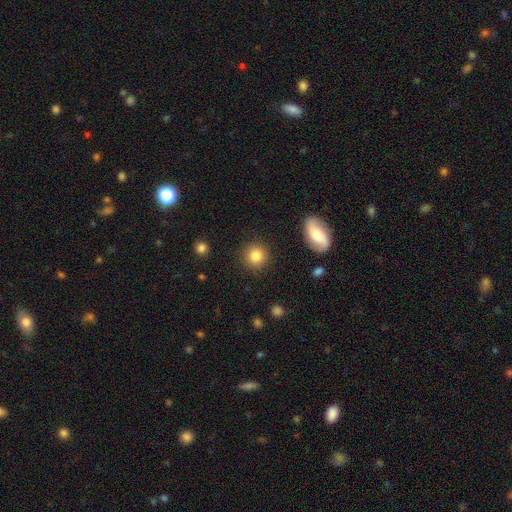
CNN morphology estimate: Overall: smooth (84%). How rounded: round (93%). Merging: none (90%).